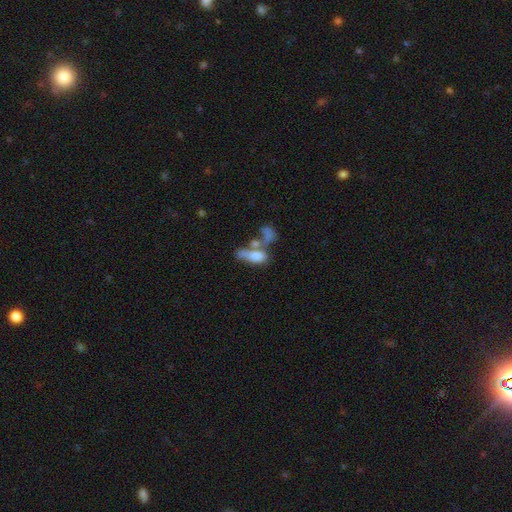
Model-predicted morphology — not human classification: Smooth or featured?
  - smooth: 61% *
  - featured or disk: 29%
  - star or artifact: 10%
How rounded?
  - in between: 74% *
  - cigar-shaped: 19%
  - round: 7%
Merging?
  - merger: 54% *
  - major disturbance: 18%
  - none: 18%
  - minor disturbance: 10%